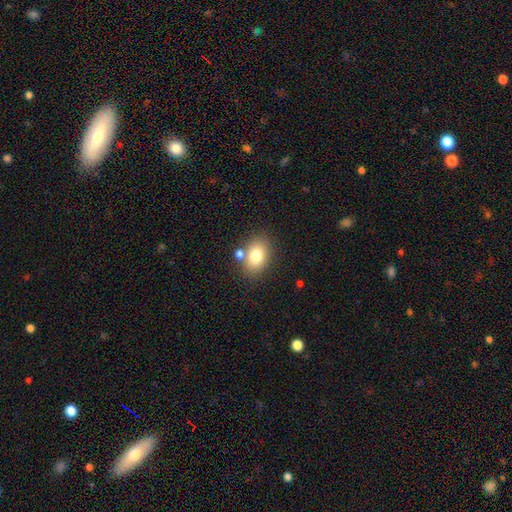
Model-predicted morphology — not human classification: type=smooth (78%); roundness=in between (75%); merging=none (70%).